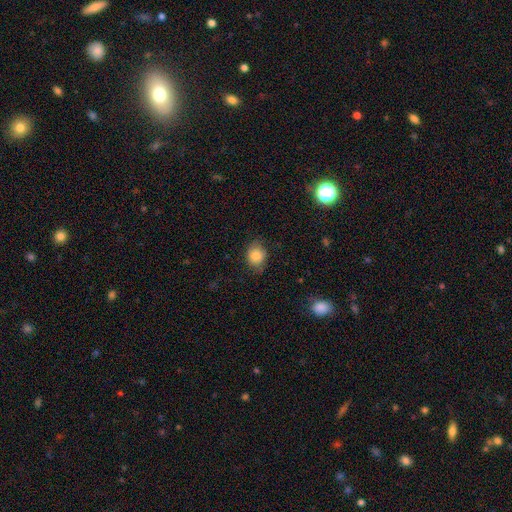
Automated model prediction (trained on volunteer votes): This appears to be a smooth galaxy with no disk features (83%) that is round (54%). Merging: none (74%).